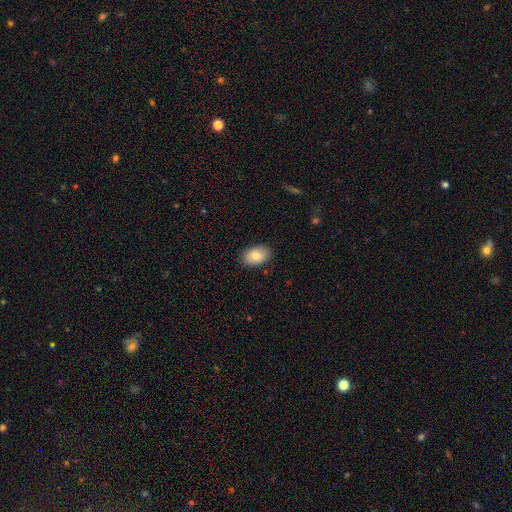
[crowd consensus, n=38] smooth_or_featured: smooth (p=0.82) [alt: featured or disk p=0.11]
how_rounded: in between (p=0.94) [alt: round p=0.06]
merging: none (p=0.97) [alt: minor disturbance p=0.03]